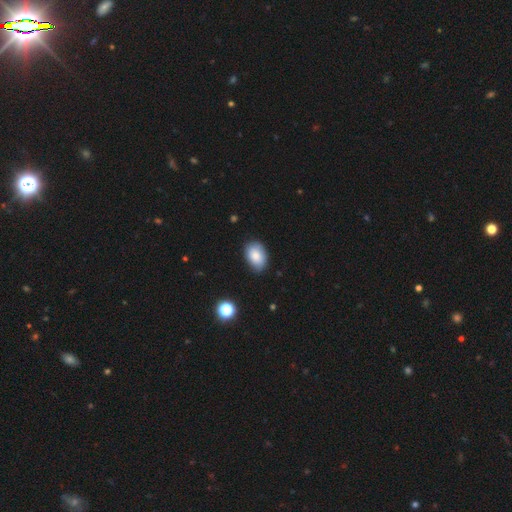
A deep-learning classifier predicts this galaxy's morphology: A smooth galaxy with no disk features (84%) that is in between round and cigar-shaped (86%).

Vote fractions:
- Smooth or featured? smooth: 84% / featured or disk: 9% / star or artifact: 8%
- How rounded? in between: 86% / round: 13% / cigar-shaped: 1%
- Merging? none: 80% / minor disturbance: 16% / major disturbance: 3% / merger: 1%